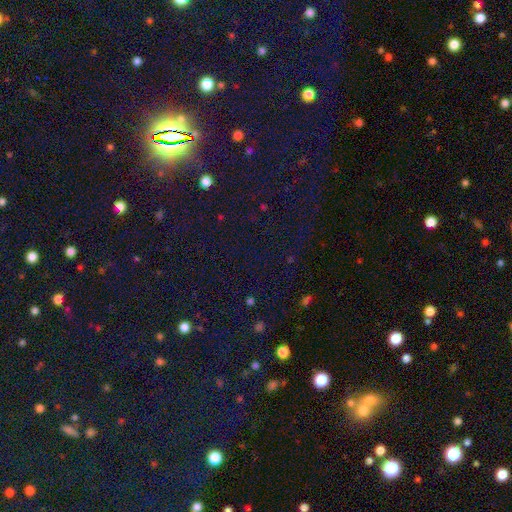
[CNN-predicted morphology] Smooth or featured: star or artifact — 77% (smooth — 15%)